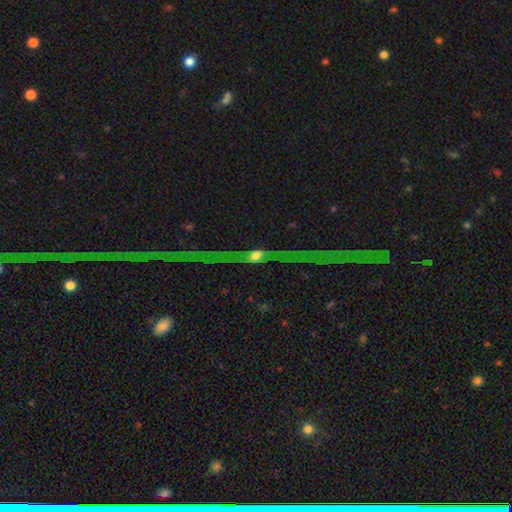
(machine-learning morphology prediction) smooth-or-featured: featured or disk: 73% | smooth: 15% | star or artifact: 11%
  disk-edge-on: yes: 81% | no: 19%
    edge-on-bulge: rounded: 90% | boxy: 5% | none: 4%
  merging: none: 77% | minor disturbance: 11% | major disturbance: 8% | merger: 4%